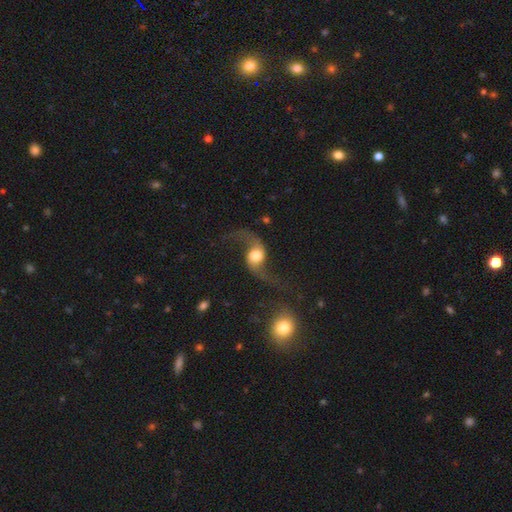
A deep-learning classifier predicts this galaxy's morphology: type=featured or disk (83%); edge-on=no (95%); bar=no (61%); spiral arms=yes (95%); winding=loose (93%); arm count=2 (94%); bulge=large (40%); merging=none (65%).